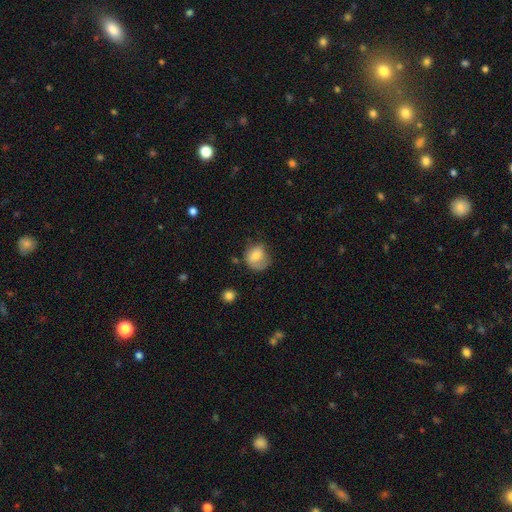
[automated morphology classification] Smooth or featured?
  - smooth: 72% *
  - featured or disk: 19%
  - star or artifact: 9%
How rounded?
  - round: 67% *
  - in between: 32%
  - cigar-shaped: 1%
Merging?
  - none: 45% *
  - minor disturbance: 32%
  - major disturbance: 20%
  - merger: 3%